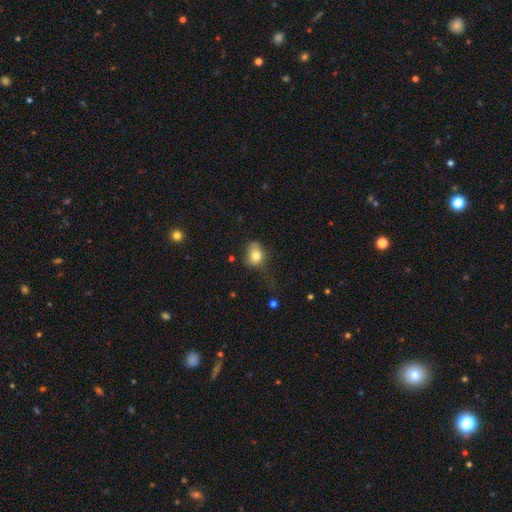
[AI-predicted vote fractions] Smooth or featured? Predicted: smooth (p=0.78). How rounded? Predicted: round (p=0.53). Merging? Predicted: none (p=0.46).